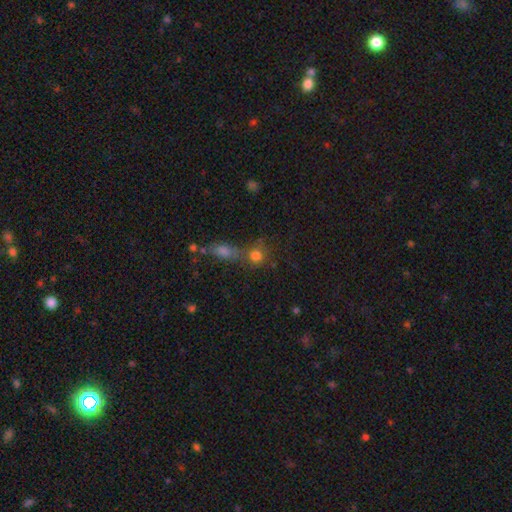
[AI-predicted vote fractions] This is likely a smooth galaxy (76%). How rounded: clearly round (82%). Merging: possibly none (49%).